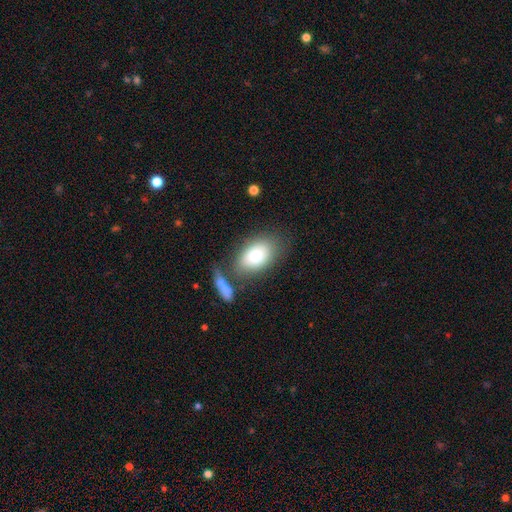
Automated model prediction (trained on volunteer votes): Smooth or featured: smooth — 76% (featured or disk — 17%)
How rounded: in between — 86% (round — 12%)
Merging: none — 65% (minor disturbance — 14%)